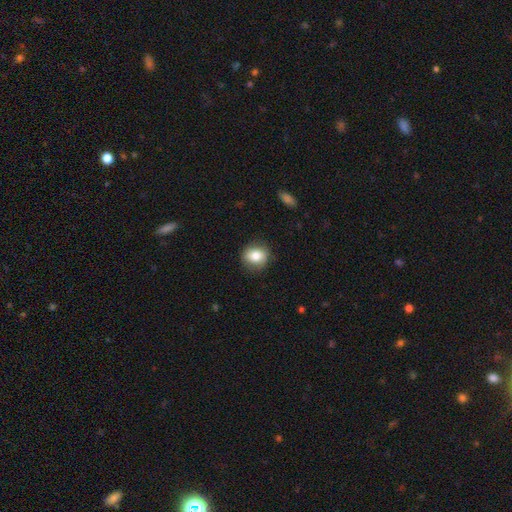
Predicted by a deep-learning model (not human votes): Smooth or featured? Predicted: smooth (p=0.79). How rounded? Predicted: round (p=0.71). Merging? Predicted: none (p=0.84).